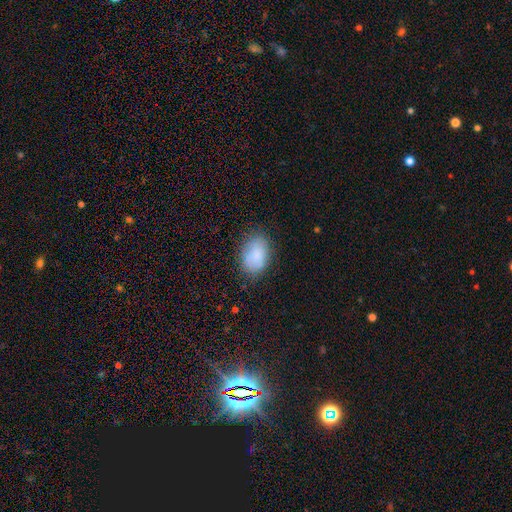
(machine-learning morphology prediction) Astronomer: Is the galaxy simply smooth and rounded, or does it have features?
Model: smooth — 83%.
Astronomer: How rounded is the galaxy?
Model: in between — 84%.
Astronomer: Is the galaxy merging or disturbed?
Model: none — 76%.